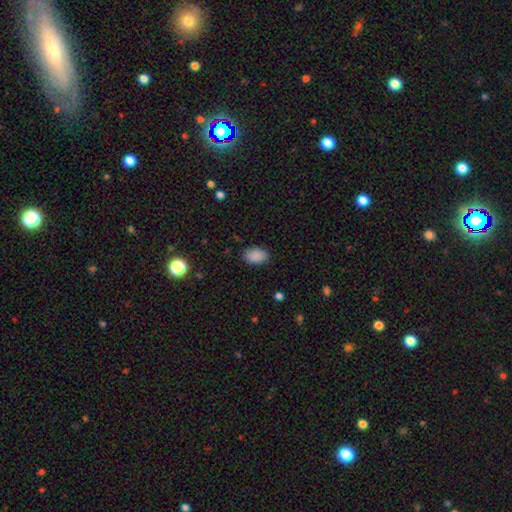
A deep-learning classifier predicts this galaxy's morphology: Smooth or featured? Predicted: smooth (p=0.88). How rounded? Predicted: in between (p=0.89). Merging? Predicted: none (p=0.87).